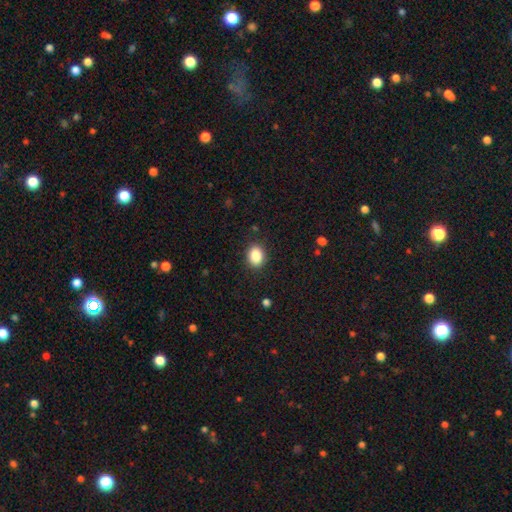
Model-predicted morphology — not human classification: This appears to be a smooth galaxy with no disk features (87%) that is in between round and cigar-shaped (64%). Merging: none (88%).